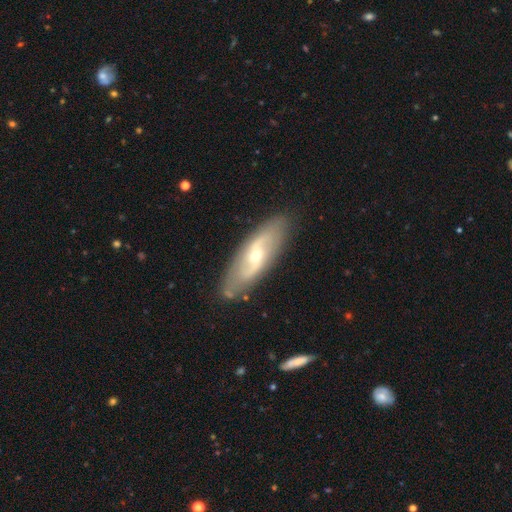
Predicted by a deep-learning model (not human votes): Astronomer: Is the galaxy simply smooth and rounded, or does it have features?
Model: featured or disk — 73%.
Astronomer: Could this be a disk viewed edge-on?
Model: no — 85%.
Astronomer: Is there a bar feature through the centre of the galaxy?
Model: no — 49% (runner-up: weak, 37%).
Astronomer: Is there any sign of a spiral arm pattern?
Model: yes — 73%.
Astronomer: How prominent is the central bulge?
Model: small — 52% (runner-up: moderate, 44%).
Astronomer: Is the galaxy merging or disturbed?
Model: none — 84%.